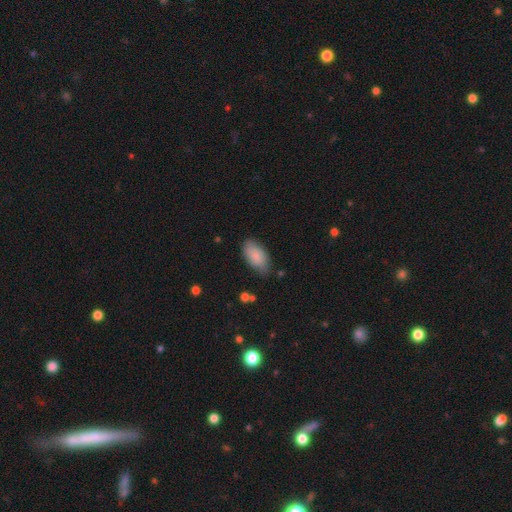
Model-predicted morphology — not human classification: smooth 85%, featured or disk 9%, star or artifact 6%. Down the decision tree: how rounded — in between (93%); merging — none (72%).